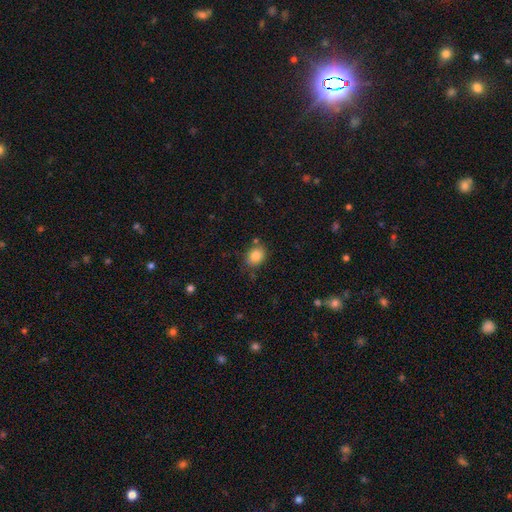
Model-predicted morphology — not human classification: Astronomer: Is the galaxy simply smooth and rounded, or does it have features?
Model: smooth — 84%.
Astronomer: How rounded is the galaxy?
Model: in between — 52% (runner-up: round, 48%).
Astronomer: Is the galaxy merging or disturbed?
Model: none — 74%.